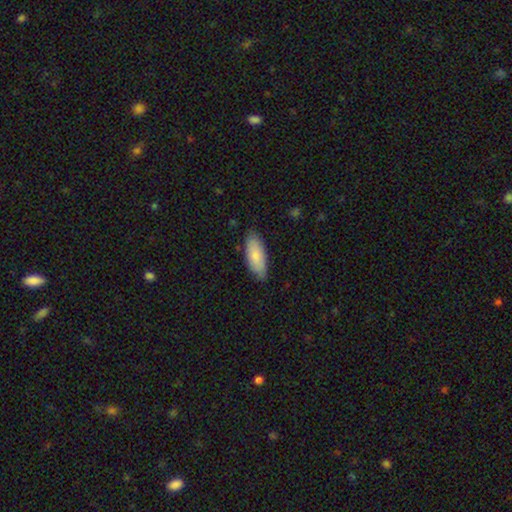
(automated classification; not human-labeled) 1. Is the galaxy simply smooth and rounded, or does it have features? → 82% smooth, 12% featured or disk, 5% star or artifact.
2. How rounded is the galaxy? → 78% in between, 20% cigar-shaped, 2% round.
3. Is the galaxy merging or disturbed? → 81% none, 15% minor disturbance, 2% major disturbance, 1% merger.